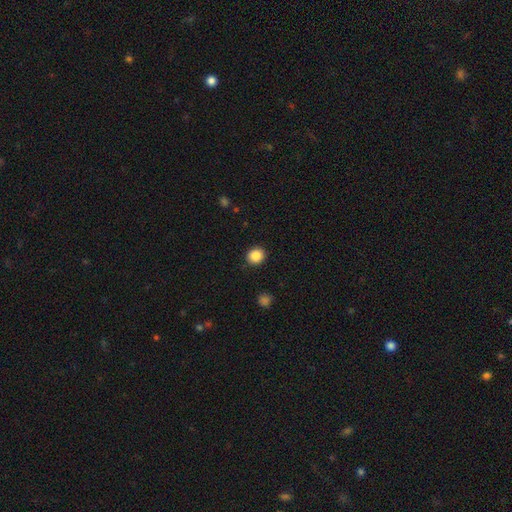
Morphology: type=smooth (100%); roundness=round (73%); merging=none (89%).